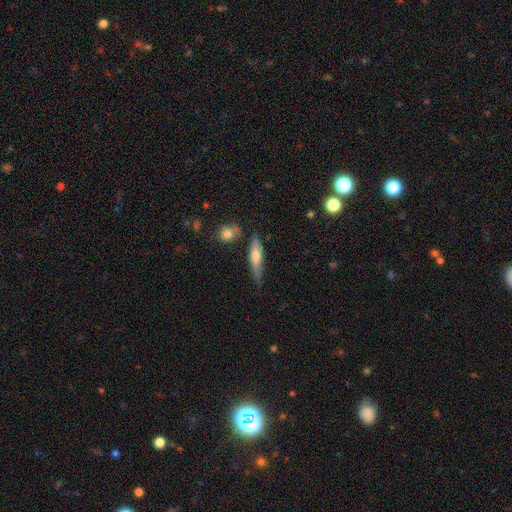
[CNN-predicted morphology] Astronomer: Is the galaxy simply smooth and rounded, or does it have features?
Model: smooth — 59% (runner-up: featured or disk, 34%).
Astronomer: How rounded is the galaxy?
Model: cigar-shaped — 79%.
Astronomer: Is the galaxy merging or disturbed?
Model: none — 67%.